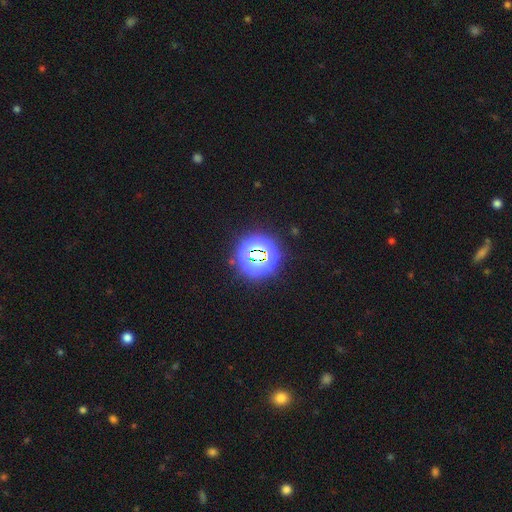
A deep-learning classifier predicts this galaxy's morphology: smooth_or_featured: star or artifact (p=0.76) [alt: smooth p=0.16]